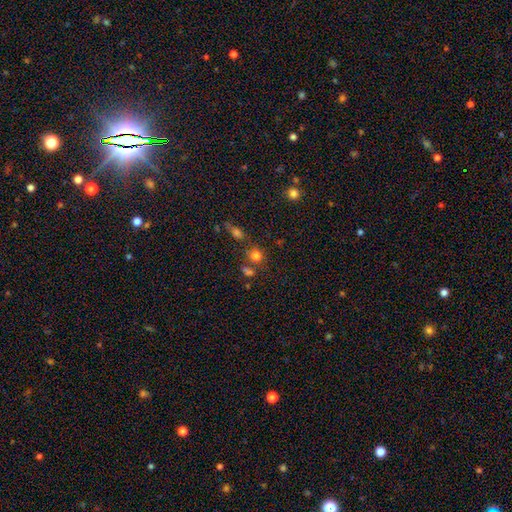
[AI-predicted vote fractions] This appears to be a smooth galaxy with no disk features (76%) that is round (79%). Merging: none (63%).